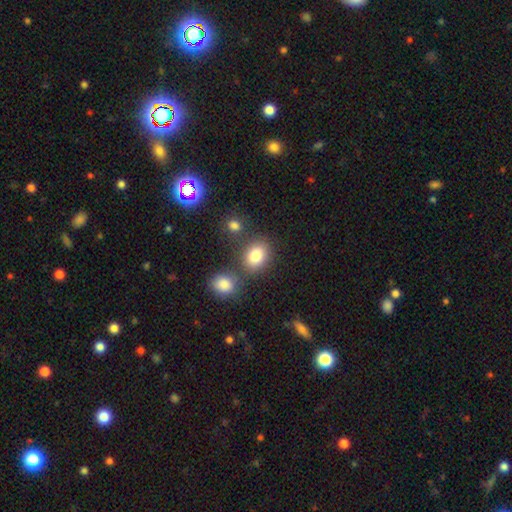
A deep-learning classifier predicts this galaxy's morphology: Q: Smooth or featured?
A: smooth (82%); runner-up: star or artifact (11%)
Q: How rounded?
A: in between (53%); runner-up: round (46%)
Q: Merging?
A: none (65%); runner-up: merger (19%)